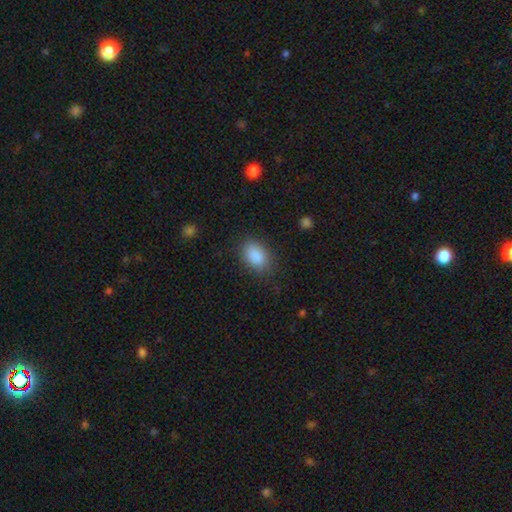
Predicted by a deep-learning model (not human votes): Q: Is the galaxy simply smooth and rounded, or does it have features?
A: smooth — 88%.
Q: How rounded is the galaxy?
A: in between — 86%.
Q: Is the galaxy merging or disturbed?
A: none — 82%.